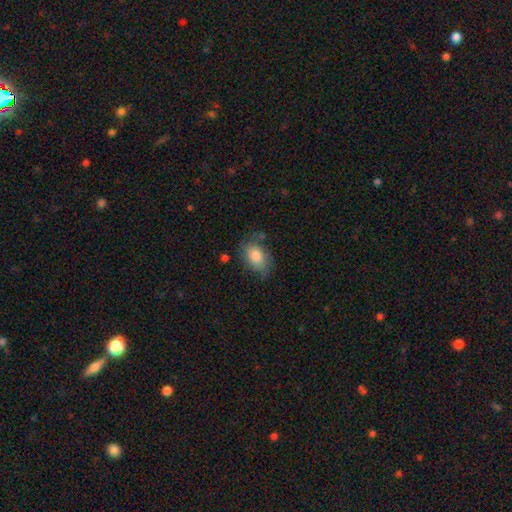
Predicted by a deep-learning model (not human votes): Overall: smooth (82%). How rounded: in between (85%). Merging: none (64%; minor disturbance 25%).